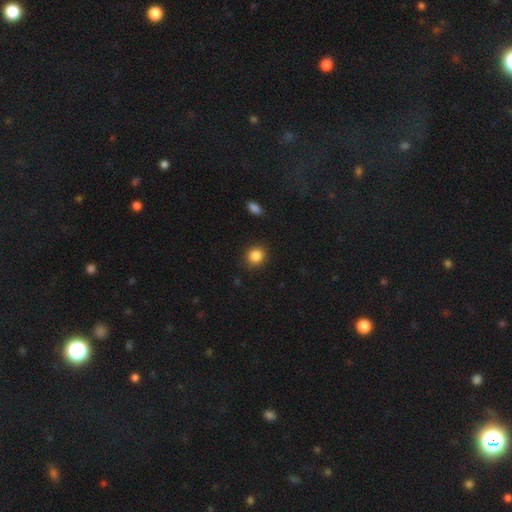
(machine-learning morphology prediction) A smooth galaxy with no disk features (87%) that is round (80%).

Vote fractions:
- Smooth or featured? smooth: 87% / star or artifact: 10% / featured or disk: 4%
- How rounded? round: 80% / in between: 19% / cigar-shaped: 1%
- Merging? none: 88% / minor disturbance: 8% / major disturbance: 2% / merger: 1%